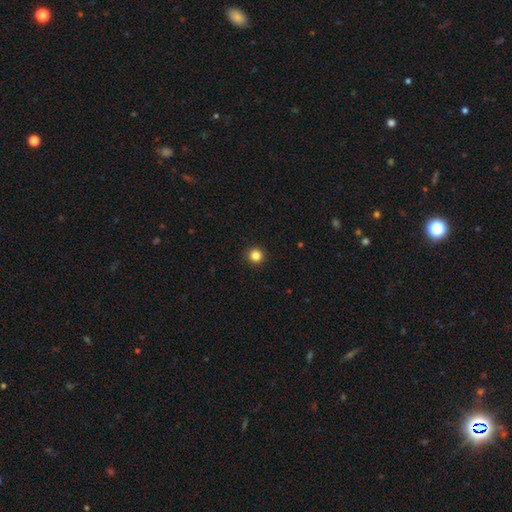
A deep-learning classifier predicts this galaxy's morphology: smooth_or_featured: smooth (p=0.84) [alt: star or artifact p=0.12]
how_rounded: round (p=0.95) [alt: in between p=0.04]
merging: none (p=0.93) [alt: minor disturbance p=0.04]